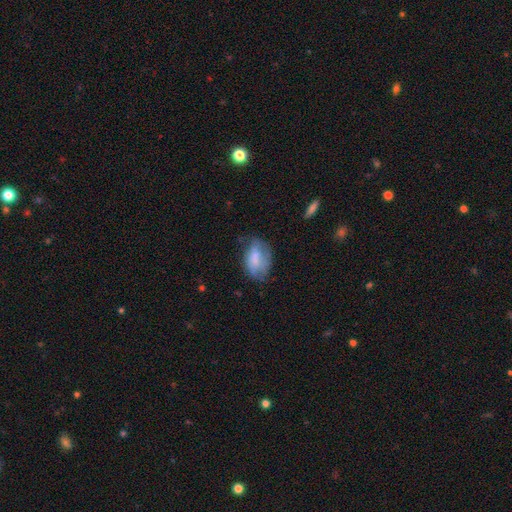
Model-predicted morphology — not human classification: Smooth or featured? Predicted: smooth (p=0.59). How rounded? Predicted: in between (p=0.87). Merging? Predicted: none (p=0.49).